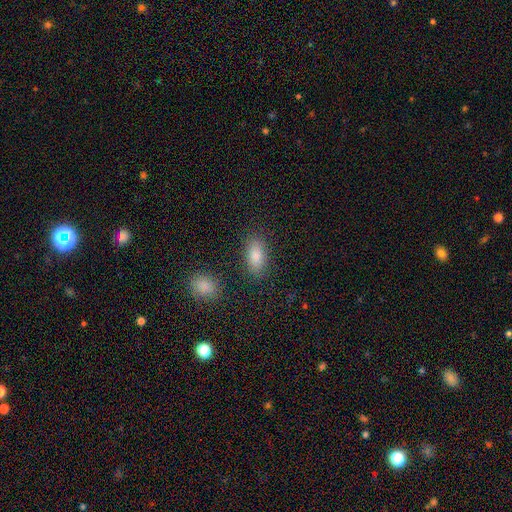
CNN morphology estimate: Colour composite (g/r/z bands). It shows a smooth galaxy with no disk features (83%) that is in between round and cigar-shaped (88%). Merging: none (86%).